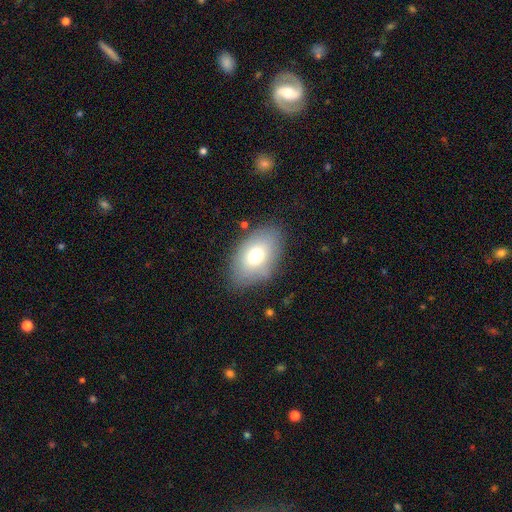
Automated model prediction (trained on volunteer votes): Smooth or featured: smooth — 73% (featured or disk — 18%)
How rounded: in between — 89% (round — 9%)
Merging: none — 80% (minor disturbance — 14%)